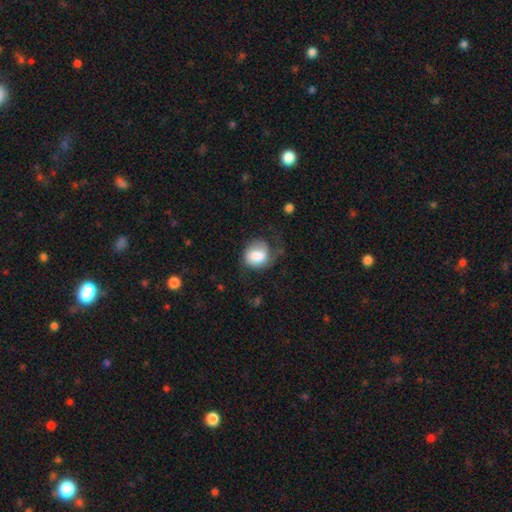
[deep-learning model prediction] The model was most divided on "merging": none: 40%, minor disturbance: 29%, major disturbance: 28%, merger: 3%. More confident: smooth or featured — smooth (69%); how rounded — round (62%).